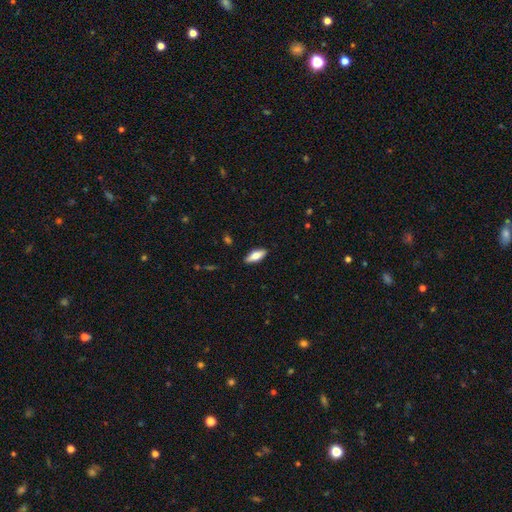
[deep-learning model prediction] Overall: smooth (69%). How rounded: in between (71%). Merging: none (89%).